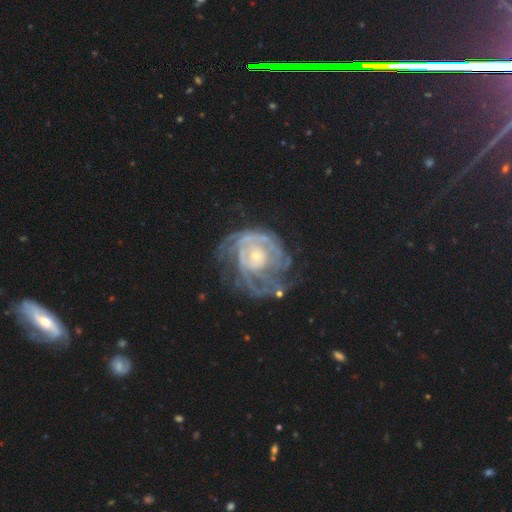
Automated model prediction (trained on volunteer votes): Smooth or featured: featured or disk — 87% (smooth — 7%)
Edge-on disk: no — 97% (yes — 3%)
Bar: no — 77% (weak — 18%)
Spiral arms: yes — 91% (no — 9%)
Spiral winding: tight — 65% (medium — 27%)
Spiral arm count: can't tell — 39% (2 — 17%)
Bulge size: small — 66% (moderate — 28%)
Merging: none — 48% (major disturbance — 27%)